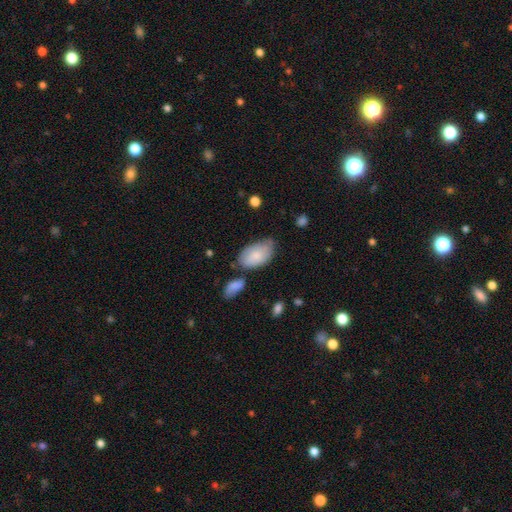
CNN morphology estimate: This is likely a smooth galaxy (77%). How rounded: clearly in between (94%). Merging: possibly none (54%).